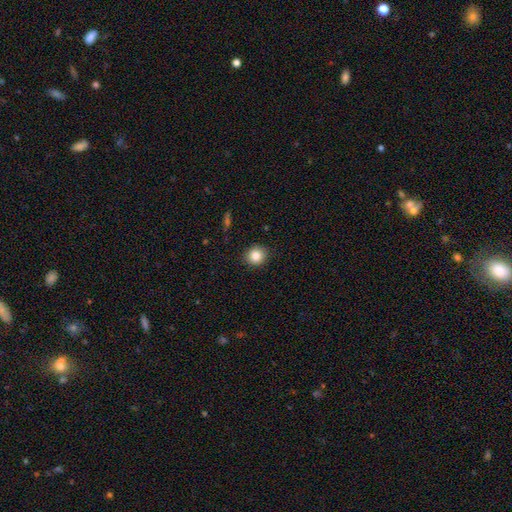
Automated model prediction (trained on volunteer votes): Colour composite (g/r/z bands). It shows a smooth galaxy with no disk features (85%) that is round (86%). Merging: none (90%).